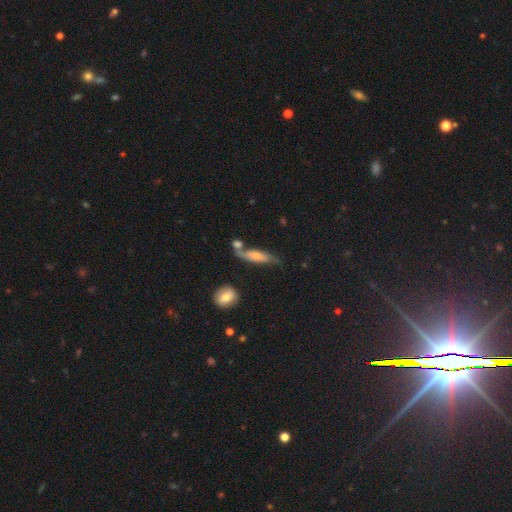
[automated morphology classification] Q: Smooth or featured?
A: smooth (49%); runner-up: featured or disk (41%)
Q: Merging?
A: none (59%); runner-up: minor disturbance (20%)